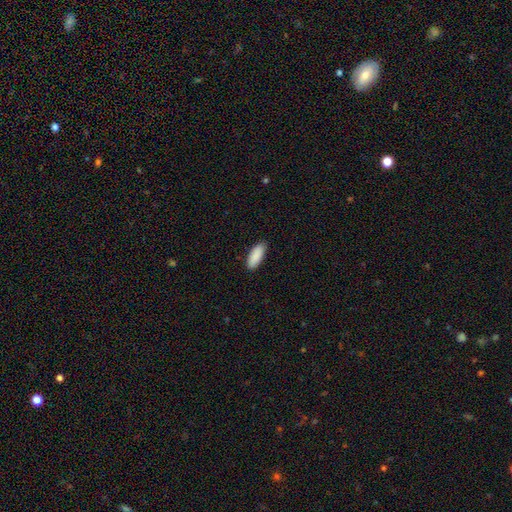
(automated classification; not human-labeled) Morphology: type=smooth (91%); roundness=in between (74%); merging=none (88%).